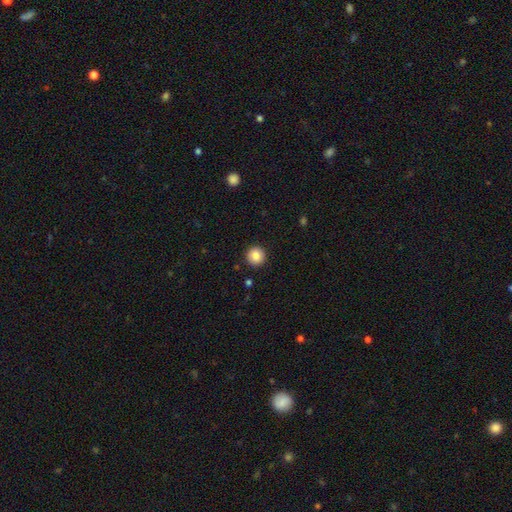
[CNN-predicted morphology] The model was most divided on "smooth or featured": smooth: 86%, star or artifact: 9%, featured or disk: 5%. More confident: how rounded — round (95%); merging — none (92%).